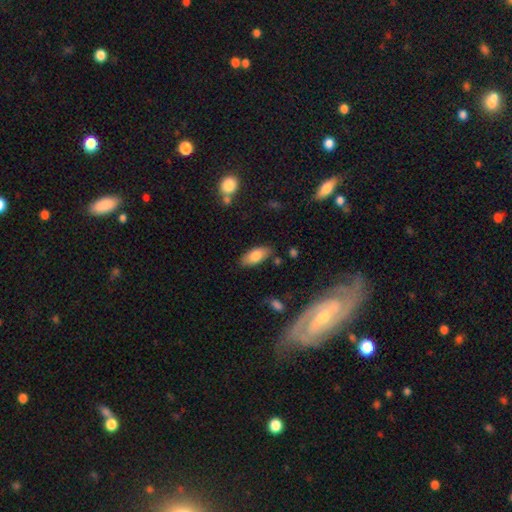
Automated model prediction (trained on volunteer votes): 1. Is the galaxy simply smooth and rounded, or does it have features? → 78% smooth, 16% featured or disk, 7% star or artifact.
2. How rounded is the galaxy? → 87% in between, 11% cigar-shaped, 2% round.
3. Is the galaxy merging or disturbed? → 81% none, 13% minor disturbance, 3% major disturbance, 3% merger.